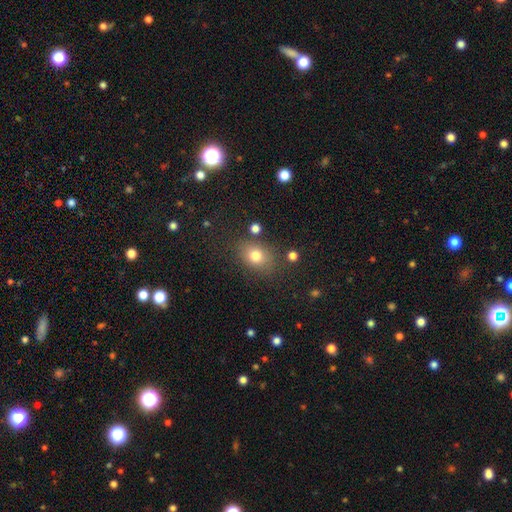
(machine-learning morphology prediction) A smooth galaxy with no disk features (78%) that is in between round and cigar-shaped (58%).

Vote fractions:
- Smooth or featured? smooth: 78% / star or artifact: 12% / featured or disk: 10%
- How rounded? in between: 58% / round: 40% / cigar-shaped: 1%
- Merging? none: 74% / minor disturbance: 14% / merger: 6% / major disturbance: 5%